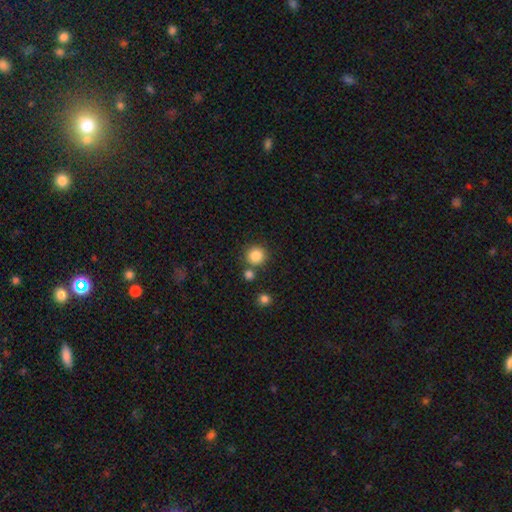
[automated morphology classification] Overall: smooth (86%). How rounded: round (91%). Merging: none (77%).